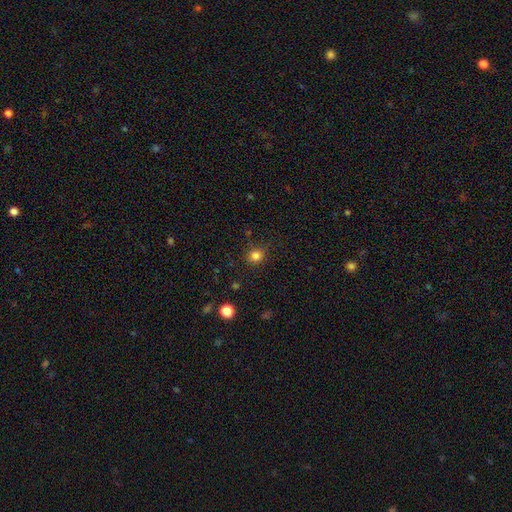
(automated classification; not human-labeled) The model was most divided on "how rounded": round: 80%, in between: 19%, cigar-shaped: 1%. More confident: merging — none (84%); smooth or featured — smooth (82%).